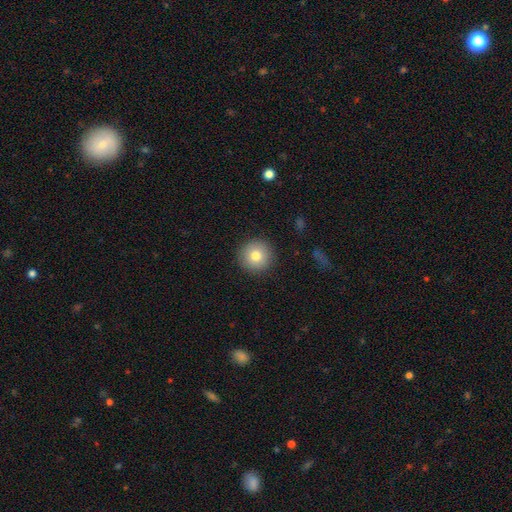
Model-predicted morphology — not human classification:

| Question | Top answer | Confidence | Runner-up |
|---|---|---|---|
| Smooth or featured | smooth | 78% | featured or disk (12%) |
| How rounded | round | 96% | in between (3%) |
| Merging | none | 91% | minor disturbance (6%) |